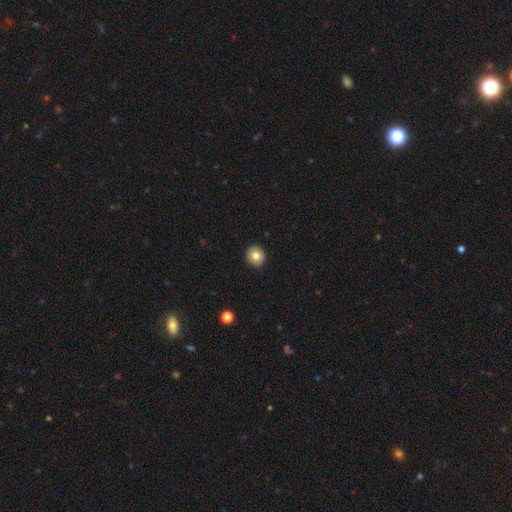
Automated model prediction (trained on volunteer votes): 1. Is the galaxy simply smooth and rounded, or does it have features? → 77% smooth, 15% featured or disk, 8% star or artifact.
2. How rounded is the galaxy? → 89% round, 11% in between, 1% cigar-shaped.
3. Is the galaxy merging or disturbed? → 92% none, 5% minor disturbance, 1% major disturbance, 1% merger.